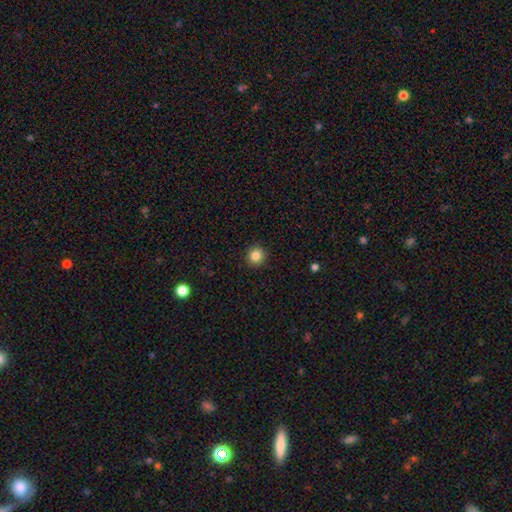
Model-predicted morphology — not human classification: Smooth or featured: smooth — 84% (star or artifact — 11%)
How rounded: round — 94% (in between — 5%)
Merging: none — 93% (minor disturbance — 5%)